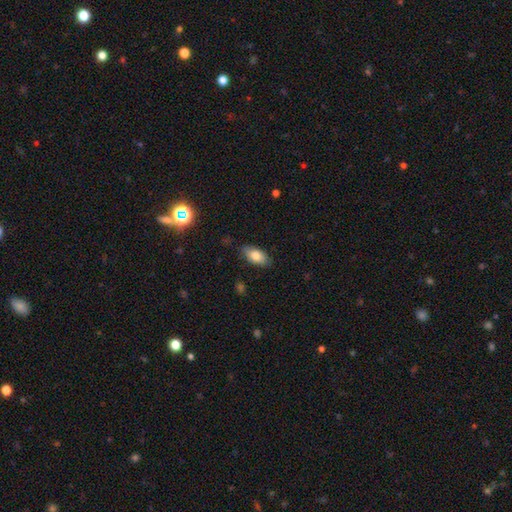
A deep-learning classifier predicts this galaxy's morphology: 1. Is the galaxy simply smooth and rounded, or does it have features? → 79% smooth, 14% featured or disk, 7% star or artifact.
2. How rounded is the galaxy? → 91% in between, 6% cigar-shaped, 4% round.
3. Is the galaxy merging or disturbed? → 82% none, 14% minor disturbance, 3% major disturbance, 1% merger.